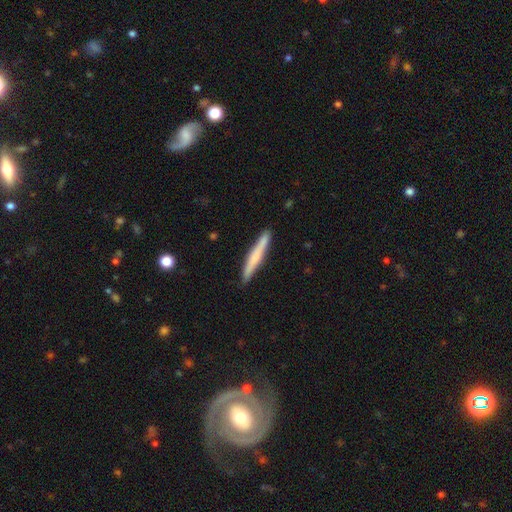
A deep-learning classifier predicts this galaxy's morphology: Smooth or featured: smooth — 59% (featured or disk — 36%)
How rounded: cigar-shaped — 95% (in between — 3%)
Merging: none — 88% (minor disturbance — 9%)